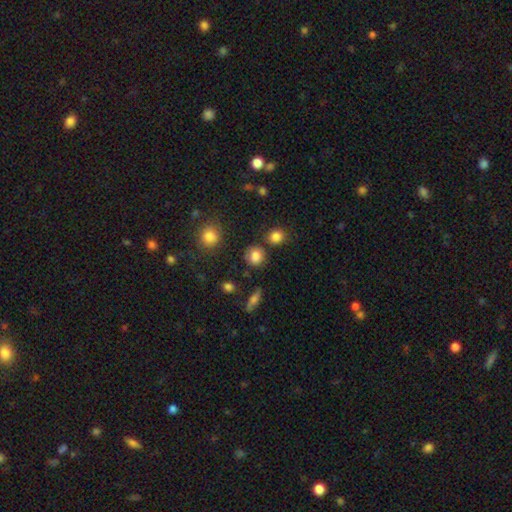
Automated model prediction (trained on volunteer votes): Smooth or featured: smooth — 82% (star or artifact — 11%)
How rounded: round — 85% (in between — 13%)
Merging: none — 80% (minor disturbance — 10%)